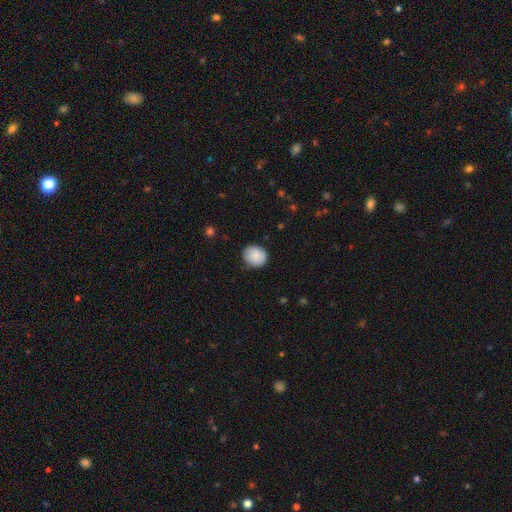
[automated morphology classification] Overall: smooth (87%). How rounded: round (74%). Merging: none (82%).